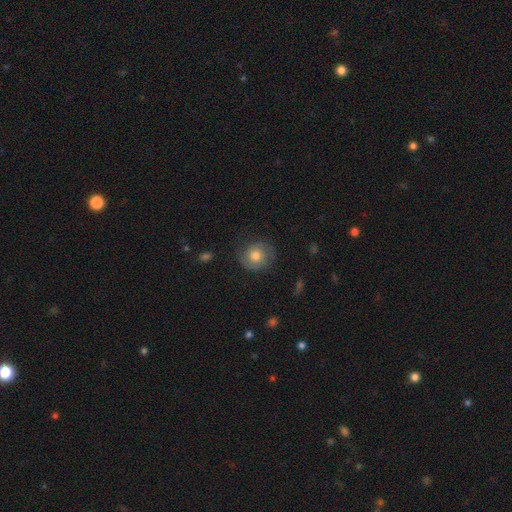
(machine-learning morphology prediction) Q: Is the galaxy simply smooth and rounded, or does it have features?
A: smooth — 52%.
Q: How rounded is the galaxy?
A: round — 84%.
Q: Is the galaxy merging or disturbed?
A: none — 74%.